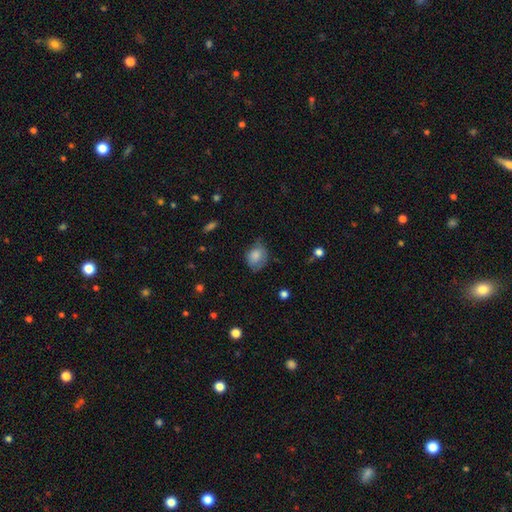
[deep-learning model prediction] The model was most divided on "merging": none: 51%, minor disturbance: 36%, major disturbance: 11%, merger: 2%. More confident: smooth or featured — smooth (80%); how rounded — in between (60%).